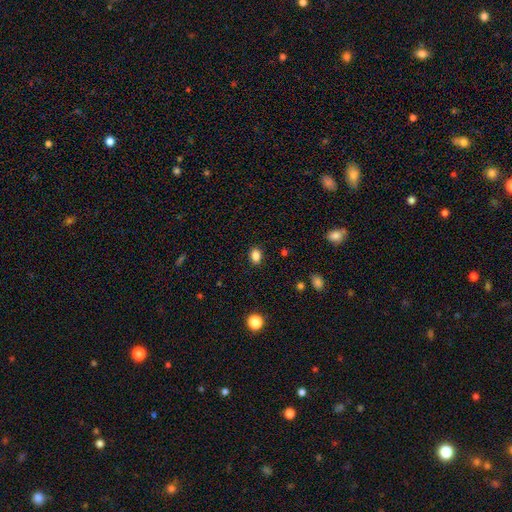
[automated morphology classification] Smooth or featured?
  - smooth: 85% *
  - star or artifact: 11%
  - featured or disk: 4%
How rounded?
  - in between: 70% *
  - round: 29%
  - cigar-shaped: 1%
Merging?
  - none: 88% *
  - minor disturbance: 9%
  - major disturbance: 2%
  - merger: 1%